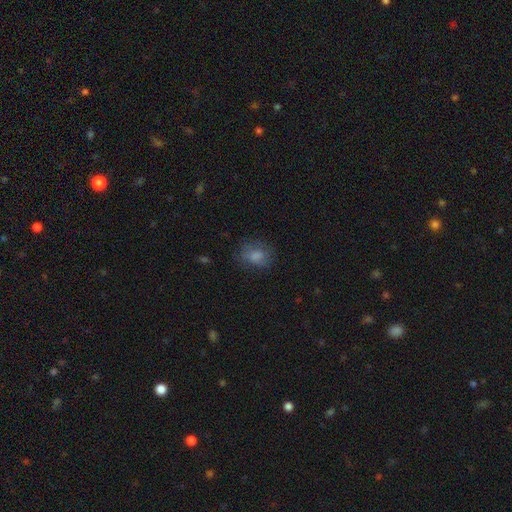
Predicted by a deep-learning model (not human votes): smooth_or_featured: smooth (p=0.75) [alt: featured or disk p=0.15]
how_rounded: in between (p=0.66) [alt: round p=0.33]
merging: none (p=0.62) [alt: minor disturbance p=0.23]